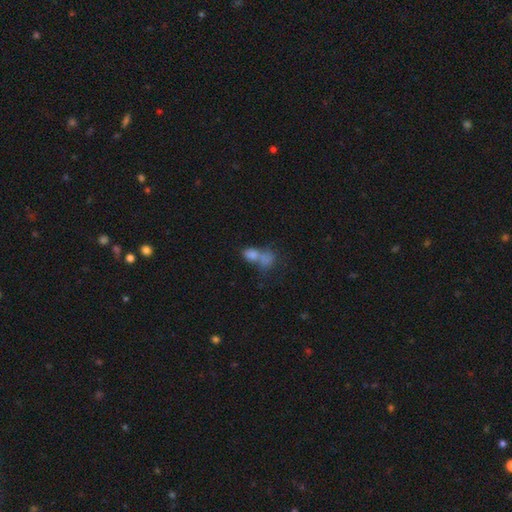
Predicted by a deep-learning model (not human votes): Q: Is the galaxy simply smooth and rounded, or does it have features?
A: smooth — 74%.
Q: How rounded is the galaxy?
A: in between — 65%.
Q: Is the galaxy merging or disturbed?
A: merger — 66%.